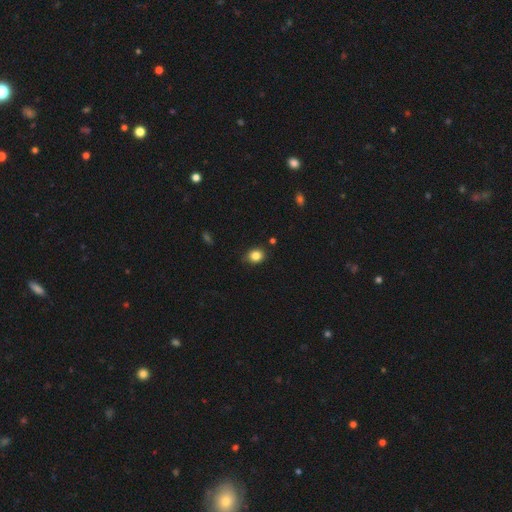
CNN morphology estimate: Smooth or featured? Predicted: smooth (p=0.84). How rounded? Predicted: round (p=0.64). Merging? Predicted: none (p=0.82).